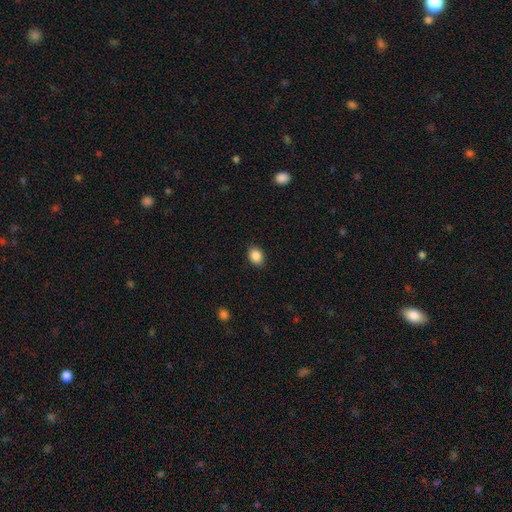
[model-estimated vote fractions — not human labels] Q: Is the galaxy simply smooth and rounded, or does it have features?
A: smooth — 88%.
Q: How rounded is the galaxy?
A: in between — 64%.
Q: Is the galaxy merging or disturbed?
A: none — 88%.